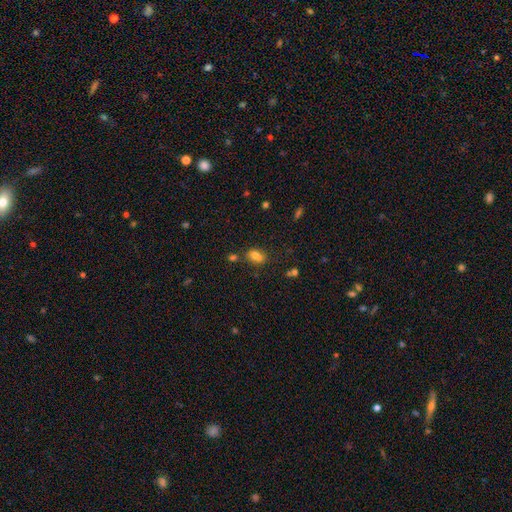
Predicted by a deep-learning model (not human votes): smooth 70%, star or artifact 16%, featured or disk 14%. Down the decision tree: how rounded — in between (65%); merging — none (46%).